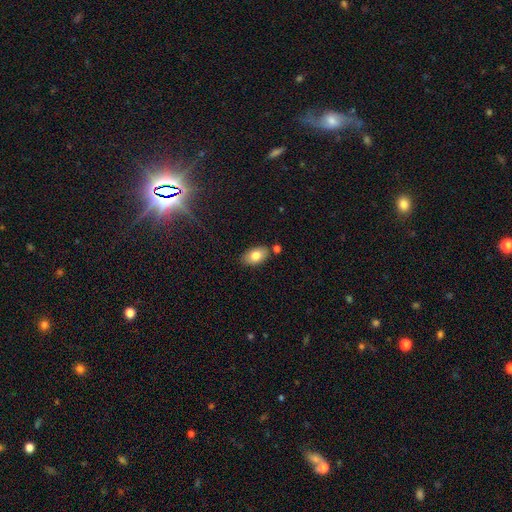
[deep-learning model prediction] Smooth or featured?
  - smooth: 79% *
  - featured or disk: 14%
  - star or artifact: 8%
How rounded?
  - in between: 91% *
  - round: 7%
  - cigar-shaped: 2%
Merging?
  - none: 80% *
  - minor disturbance: 12%
  - merger: 6%
  - major disturbance: 2%